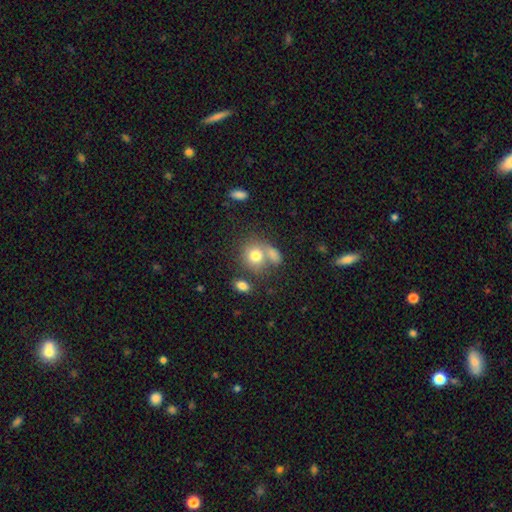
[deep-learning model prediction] Smooth or featured? smooth (76%)
How rounded? round (68%)
Merging? none (48%)